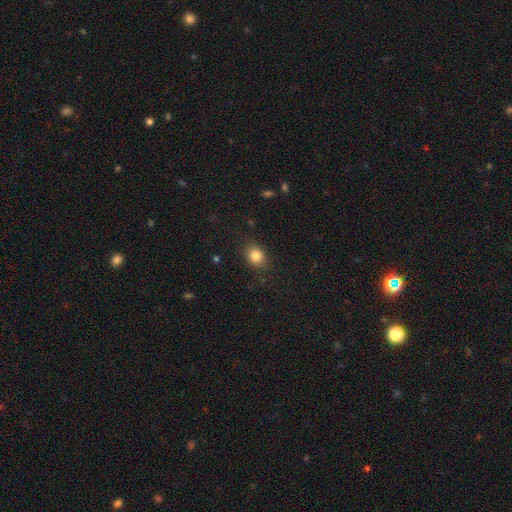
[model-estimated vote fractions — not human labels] smooth-or-featured: smooth: 85% | star or artifact: 10% | featured or disk: 5%
  how-rounded: round: 51% | in between: 48% | cigar-shaped: 1%
  merging: none: 86% | minor disturbance: 10% | major disturbance: 3% | merger: 1%